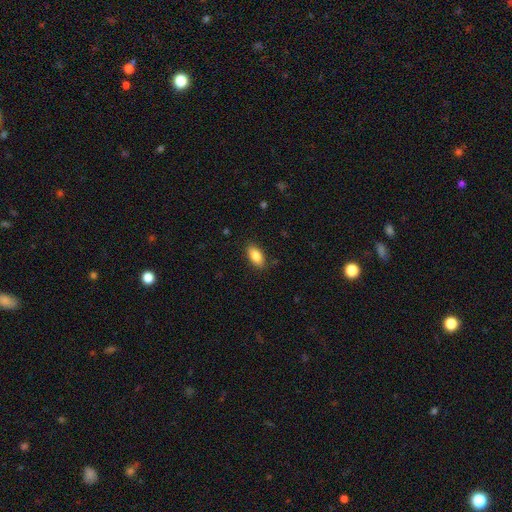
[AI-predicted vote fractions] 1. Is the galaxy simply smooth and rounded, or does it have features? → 85% smooth, 8% featured or disk, 7% star or artifact.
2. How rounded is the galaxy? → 90% in between, 6% cigar-shaped, 4% round.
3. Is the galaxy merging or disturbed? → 86% none, 10% minor disturbance, 2% major disturbance, 1% merger.